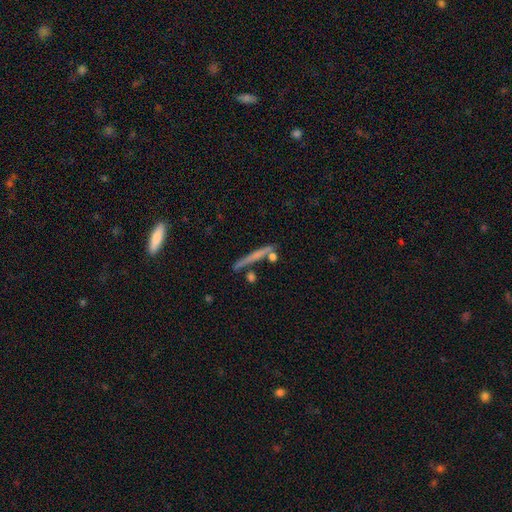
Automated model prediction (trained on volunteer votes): This is possibly a featured or disk galaxy (46%). Merging: likely none (76%).